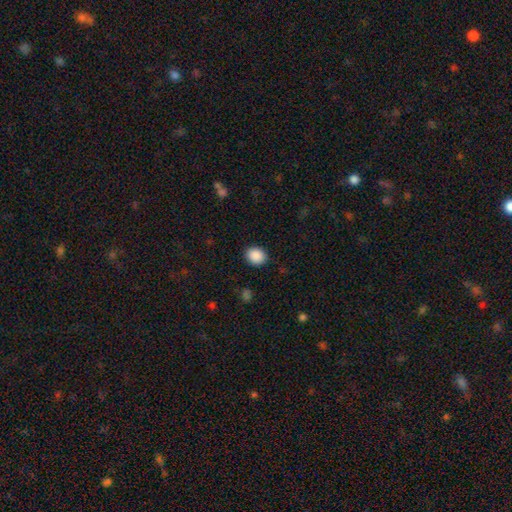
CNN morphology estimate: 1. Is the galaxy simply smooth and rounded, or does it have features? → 89% smooth, 8% star or artifact, 3% featured or disk.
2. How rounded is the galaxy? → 66% round, 33% in between, 1% cigar-shaped.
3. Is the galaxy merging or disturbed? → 90% none, 7% minor disturbance, 2% major disturbance, 1% merger.